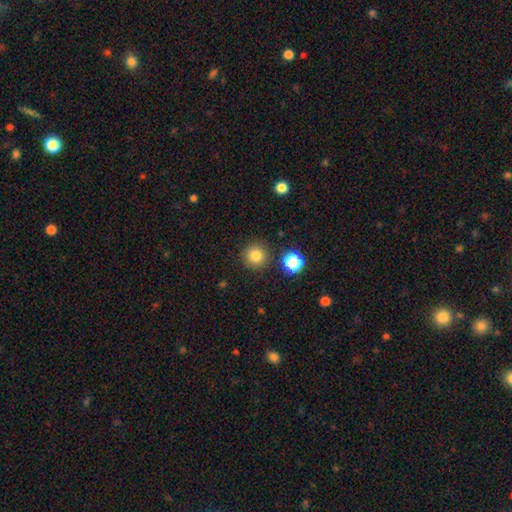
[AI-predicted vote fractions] Overall: smooth (82%). How rounded: round (95%). Merging: none (88%).